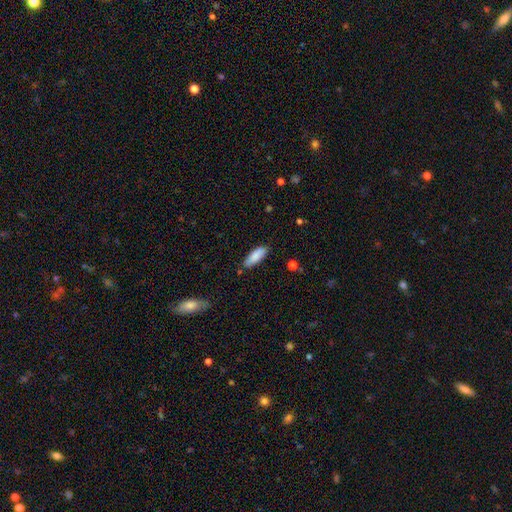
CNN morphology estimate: smooth-or-featured: smooth: 86% | featured or disk: 8% | star or artifact: 6%
  how-rounded: in between: 61% | cigar-shaped: 38% | round: 2%
  merging: none: 81% | minor disturbance: 14% | major disturbance: 2% | merger: 2%